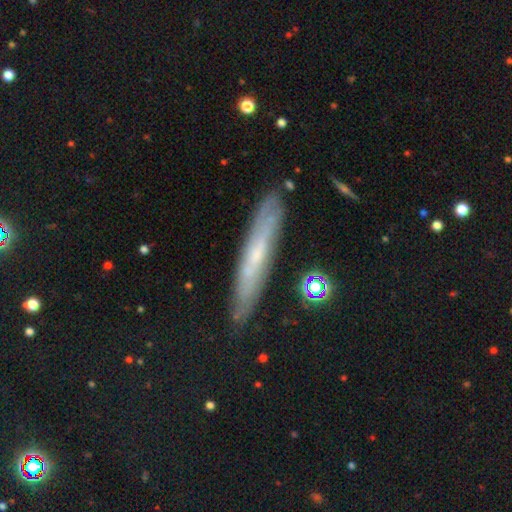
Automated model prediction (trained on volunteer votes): smooth-or-featured: featured or disk: 57% | smooth: 34% | star or artifact: 9%
  disk-edge-on: yes: 69% | no: 31%
  merging: none: 83% | minor disturbance: 13% | major disturbance: 3% | merger: 2%